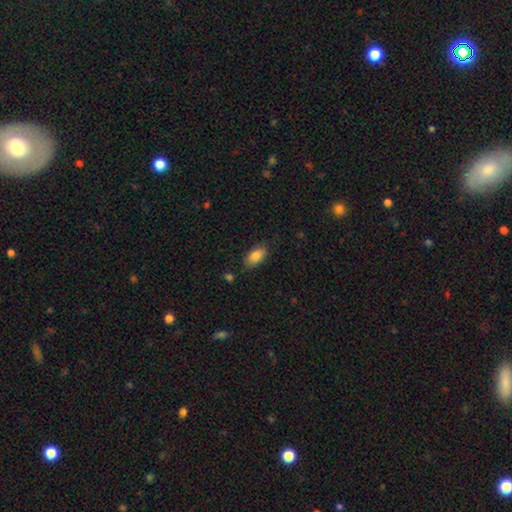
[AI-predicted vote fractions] Q: Smooth or featured?
A: smooth (84%); runner-up: featured or disk (9%)
Q: How rounded?
A: in between (91%); runner-up: cigar-shaped (5%)
Q: Merging?
A: none (80%); runner-up: minor disturbance (15%)